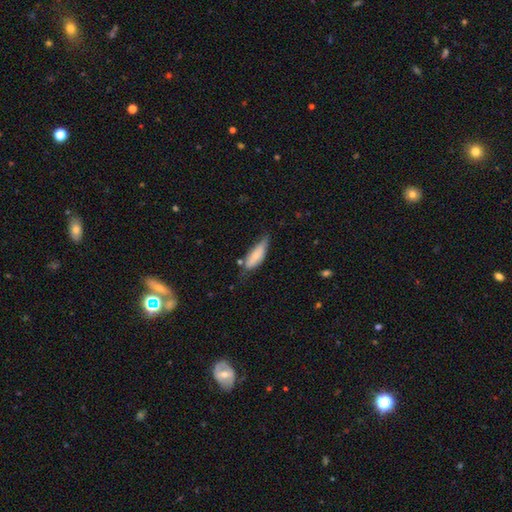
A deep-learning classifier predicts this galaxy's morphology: smooth 69%, featured or disk 25%, star or artifact 6%. Down the decision tree: how rounded — in between (61%); merging — none (49%).